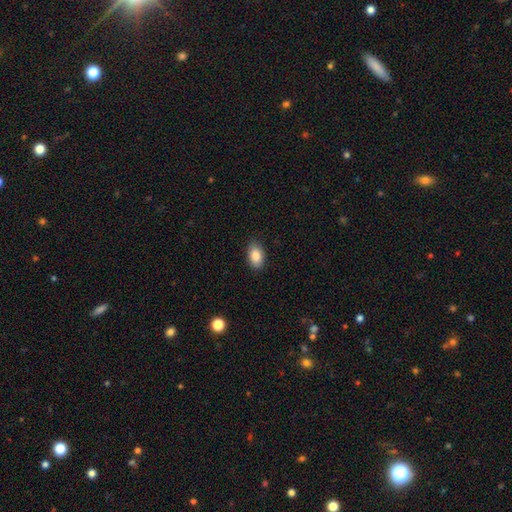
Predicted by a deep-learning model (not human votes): Smooth or featured: smooth — 86% (star or artifact — 8%)
How rounded: in between — 91% (round — 8%)
Merging: none — 87% (minor disturbance — 10%)